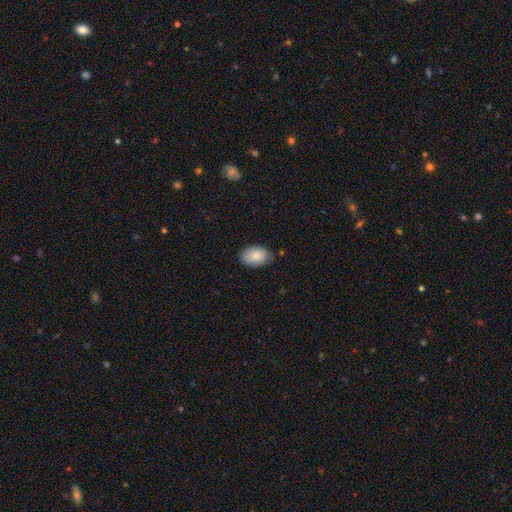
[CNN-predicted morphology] Q: Smooth or featured?
A: smooth (84%); runner-up: featured or disk (10%)
Q: How rounded?
A: in between (89%); runner-up: round (9%)
Q: Merging?
A: none (76%); runner-up: minor disturbance (19%)